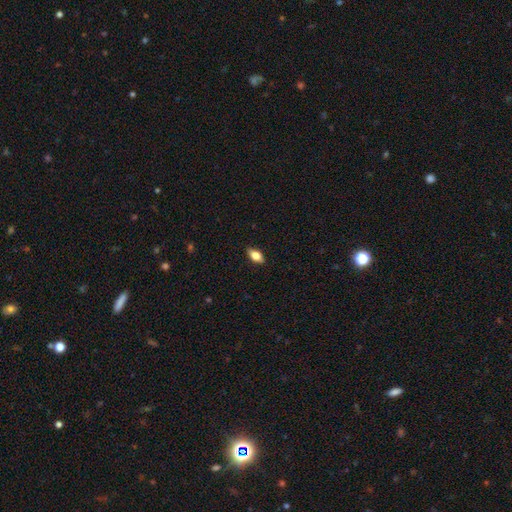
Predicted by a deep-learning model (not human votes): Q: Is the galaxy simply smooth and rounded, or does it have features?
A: smooth — 75%.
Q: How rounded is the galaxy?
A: in between — 88%.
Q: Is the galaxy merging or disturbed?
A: none — 88%.